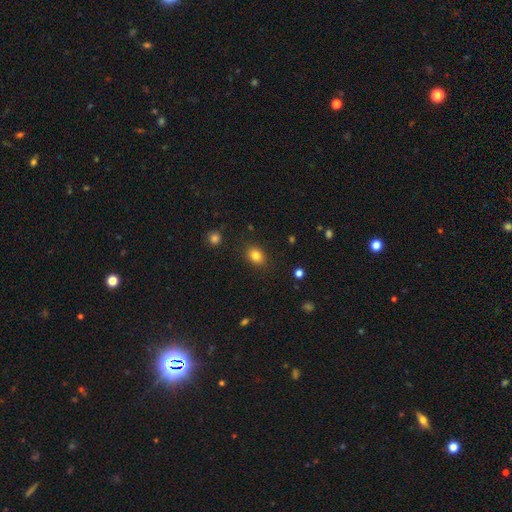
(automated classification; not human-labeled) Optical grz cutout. It shows a smooth galaxy with no disk features (83%) that is in between round and cigar-shaped (59%). Merging: none (86%).